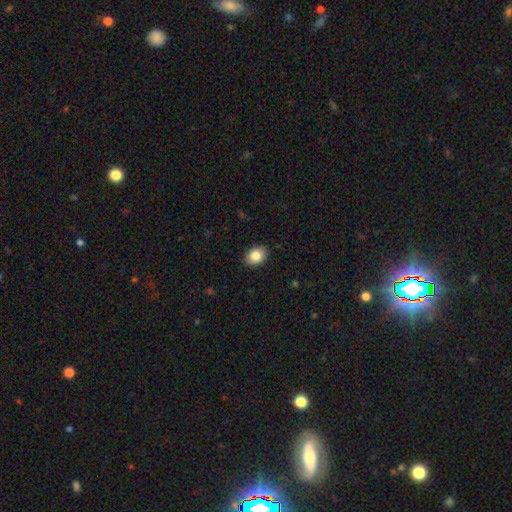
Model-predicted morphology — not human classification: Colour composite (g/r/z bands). It shows a smooth galaxy with no disk features (85%) that is in between round and cigar-shaped (69%). Merging: none (89%).